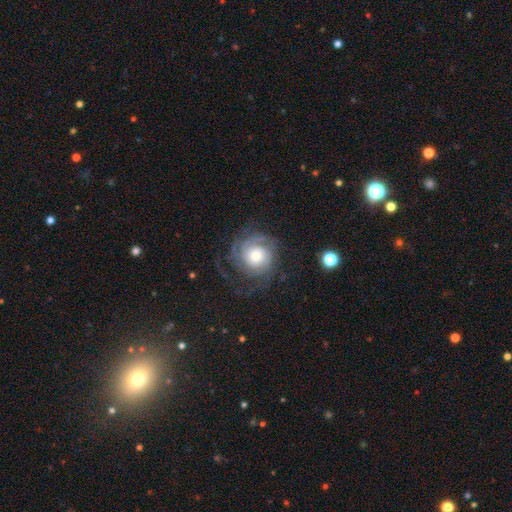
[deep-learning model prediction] This appears to be a featured or disk galaxy (78%) with no bar (78%), tight (60%) spiral arms (94%) and a moderate central bulge (54%). Merging: none (65%).